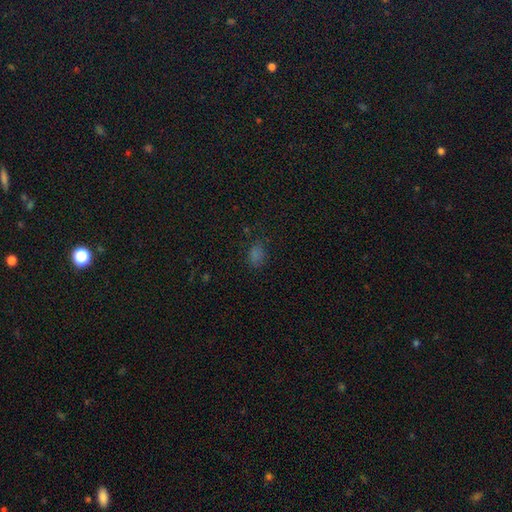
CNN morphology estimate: smooth 70%, star or artifact 24%, featured or disk 6%. Down the decision tree: how rounded — in between (74%); merging — none (74%).